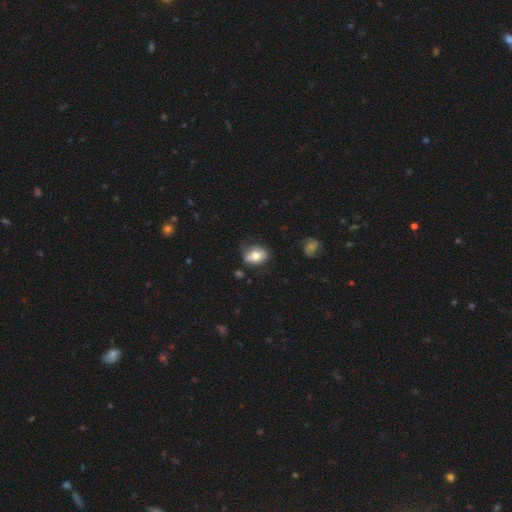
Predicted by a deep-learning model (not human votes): A smooth galaxy with no disk features (72%) that is in between round and cigar-shaped (73%). Merging: none (55%).